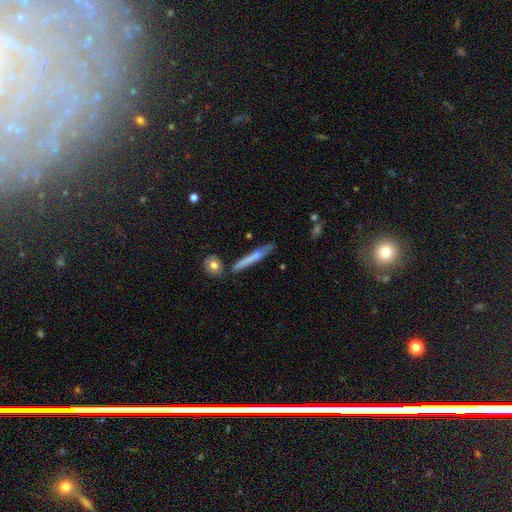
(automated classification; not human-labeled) Q: Smooth or featured?
A: smooth (51%); runner-up: featured or disk (41%)
Q: How rounded?
A: cigar-shaped (93%); runner-up: in between (4%)
Q: Merging?
A: none (80%); runner-up: minor disturbance (13%)